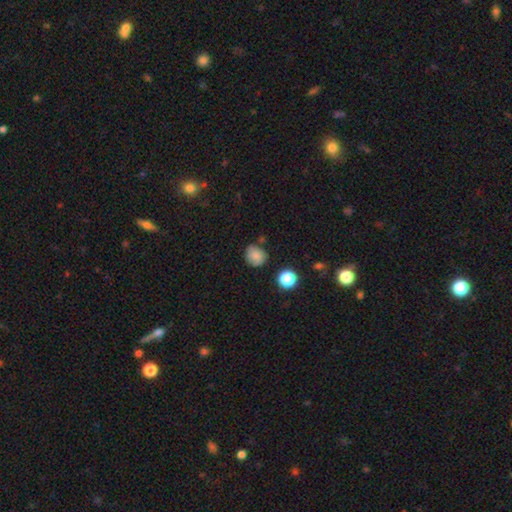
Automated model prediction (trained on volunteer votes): Smooth or featured?
  - smooth: 80% *
  - star or artifact: 11%
  - featured or disk: 9%
How rounded?
  - round: 79% *
  - in between: 20%
  - cigar-shaped: 1%
Merging?
  - none: 71% *
  - minor disturbance: 20%
  - merger: 5%
  - major disturbance: 4%